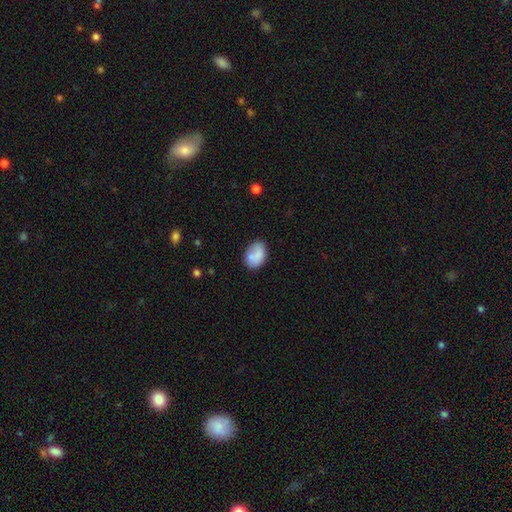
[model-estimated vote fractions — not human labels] Overall: smooth (79%). How rounded: in between (81%). Merging: none (59%; minor disturbance 23%).